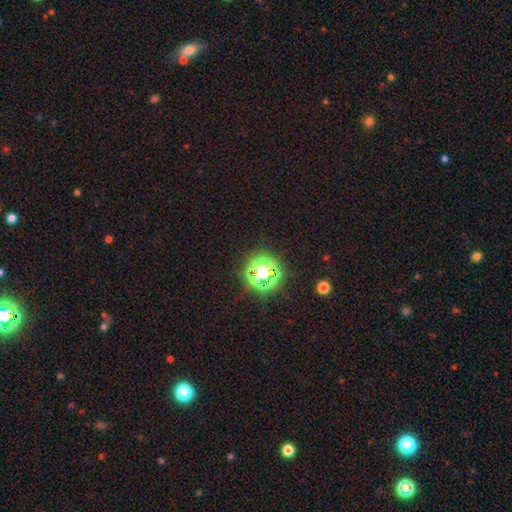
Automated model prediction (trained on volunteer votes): A star or artifact, not a galaxy (76%).